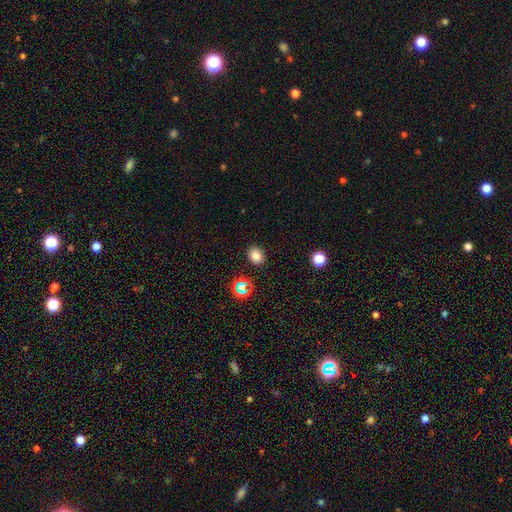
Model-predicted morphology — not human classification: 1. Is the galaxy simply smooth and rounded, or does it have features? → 79% smooth, 15% star or artifact, 6% featured or disk.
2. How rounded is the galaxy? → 53% in between, 46% round, 1% cigar-shaped.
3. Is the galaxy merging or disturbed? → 88% none, 8% minor disturbance, 2% major disturbance, 2% merger.